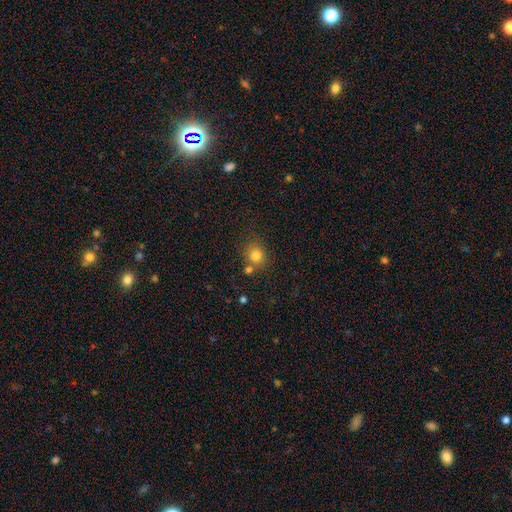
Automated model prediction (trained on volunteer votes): Smooth or featured?
  - smooth: 80% *
  - star or artifact: 13%
  - featured or disk: 7%
How rounded?
  - round: 79% *
  - in between: 20%
  - cigar-shaped: 1%
Merging?
  - none: 67% *
  - merger: 19%
  - minor disturbance: 11%
  - major disturbance: 4%